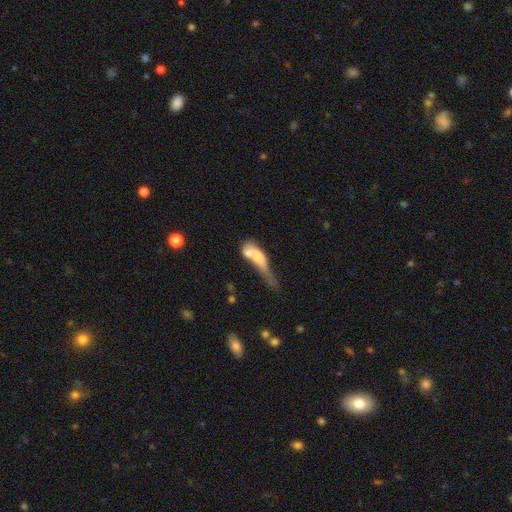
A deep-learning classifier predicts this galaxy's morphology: This is possibly a smooth galaxy (59%). How rounded: possibly in between (56%). Merging: marginally merger (43%).